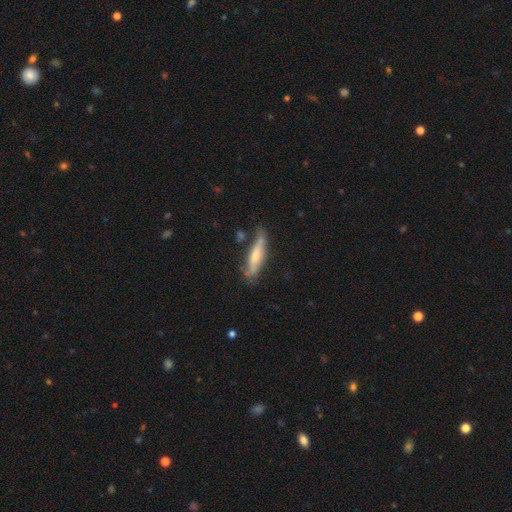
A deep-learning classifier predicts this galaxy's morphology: A smooth galaxy with no disk features (49%).

Vote fractions:
- Smooth or featured? smooth: 49% / featured or disk: 45% / star or artifact: 6%
- Merging? none: 65% / minor disturbance: 24% / major disturbance: 6% / merger: 5%